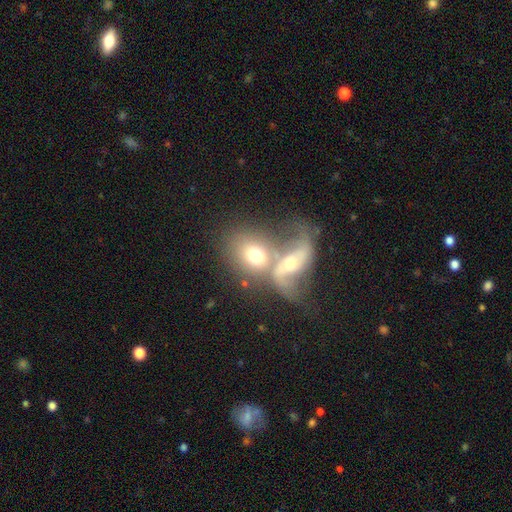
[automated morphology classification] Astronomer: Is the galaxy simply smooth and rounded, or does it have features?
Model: featured or disk — 46%, tied with smooth at 46%.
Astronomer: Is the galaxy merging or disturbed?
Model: merger — 66%.